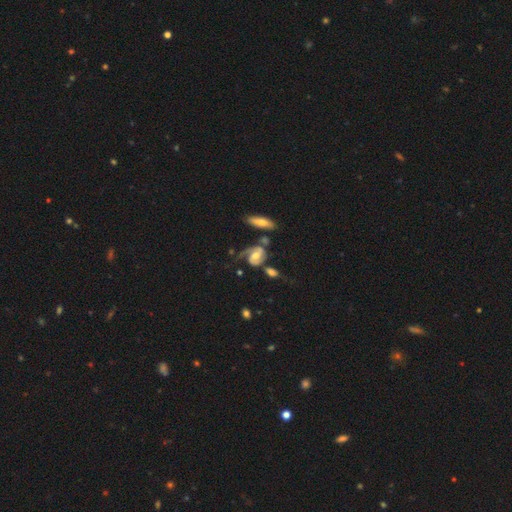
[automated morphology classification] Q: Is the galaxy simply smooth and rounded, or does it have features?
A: featured or disk — 80%.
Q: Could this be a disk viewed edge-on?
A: no — 96%.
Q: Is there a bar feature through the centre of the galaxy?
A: no — 53%.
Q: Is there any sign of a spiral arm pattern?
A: yes — 94%.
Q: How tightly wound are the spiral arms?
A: medium — 41%.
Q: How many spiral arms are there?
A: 2 — 62%.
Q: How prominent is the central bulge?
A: moderate — 59%.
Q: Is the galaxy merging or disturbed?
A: none — 38%.